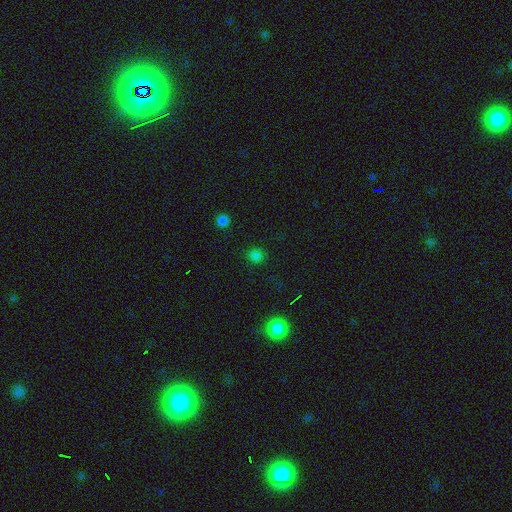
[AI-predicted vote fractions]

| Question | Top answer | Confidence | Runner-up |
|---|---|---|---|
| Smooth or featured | smooth | 76% | star or artifact (20%) |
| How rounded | round | 91% | in between (8%) |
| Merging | none | 89% | minor disturbance (7%) |